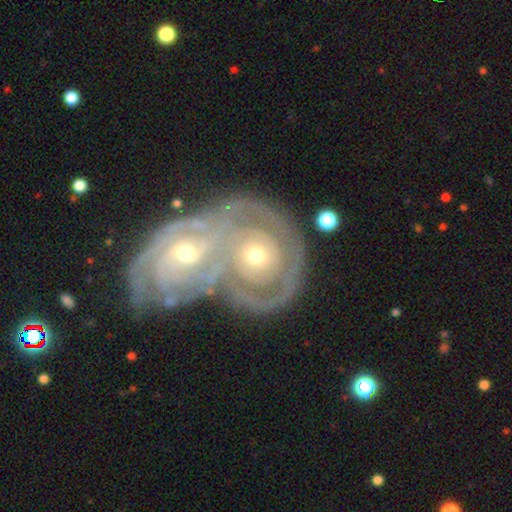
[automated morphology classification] Smooth or featured: featured or disk — 80% (smooth — 15%)
Edge-on disk: no — 97% (yes — 3%)
Bar: no — 79% (weak — 14%)
Spiral arms: yes — 85% (no — 15%)
Spiral winding: tight — 77% (medium — 18%)
Spiral arm count: 2 — 37% (can't tell — 28%)
Bulge size: small — 53% (moderate — 41%)
Merging: merger — 64% (none — 23%)